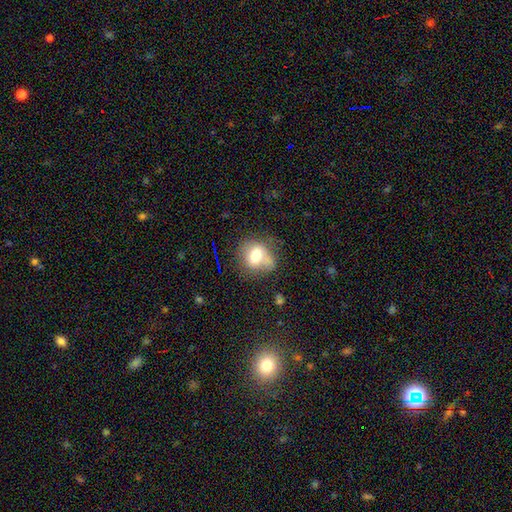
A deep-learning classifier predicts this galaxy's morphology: The model was most divided on "merging": none: 53%, minor disturbance: 26%, major disturbance: 11%, merger: 9%. More confident: smooth or featured — smooth (68%); how rounded — round (63%).